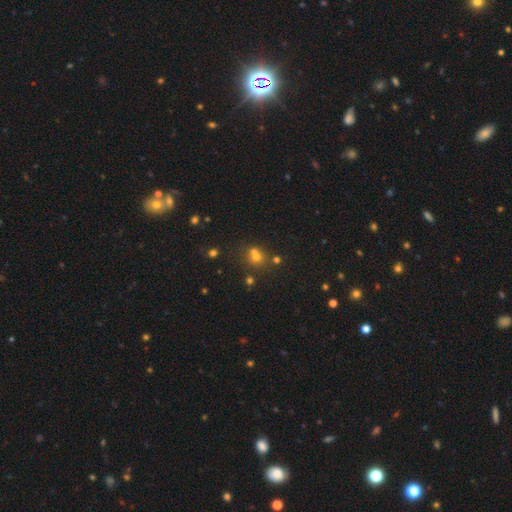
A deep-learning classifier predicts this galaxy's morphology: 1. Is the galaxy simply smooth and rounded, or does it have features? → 58% smooth, 30% star or artifact, 12% featured or disk.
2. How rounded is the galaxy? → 79% round, 20% in between, 1% cigar-shaped.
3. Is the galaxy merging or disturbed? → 50% none, 38% merger, 9% minor disturbance, 4% major disturbance.